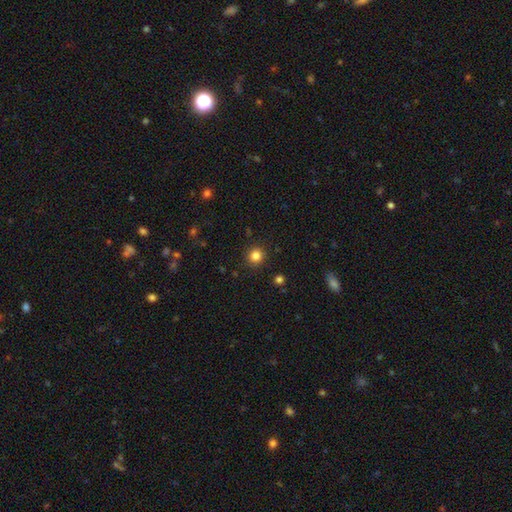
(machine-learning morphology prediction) The model was most divided on "smooth or featured": smooth: 83%, star or artifact: 12%, featured or disk: 4%. More confident: how rounded — round (93%); merging — none (91%).